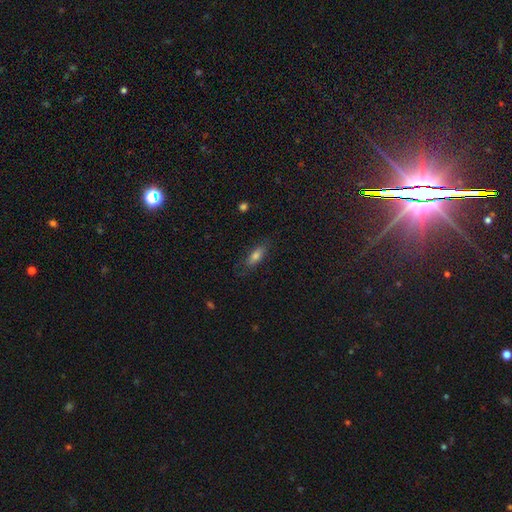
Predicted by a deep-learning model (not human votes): Smooth or featured? smooth (68%)
How rounded? in between (62%)
Merging? none (78%)